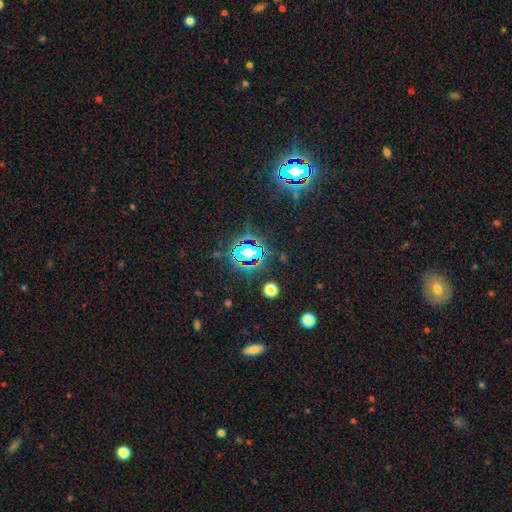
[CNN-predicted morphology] Smooth or featured? Predicted: star or artifact (p=0.83).